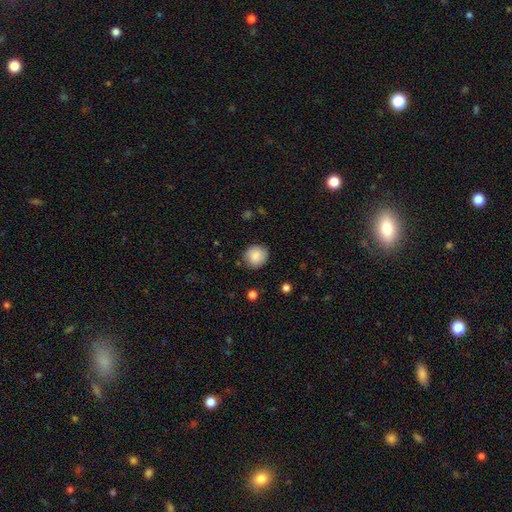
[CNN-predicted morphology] smooth 87%, star or artifact 8%, featured or disk 5%. Down the decision tree: how rounded — round (85%); merging — none (85%).